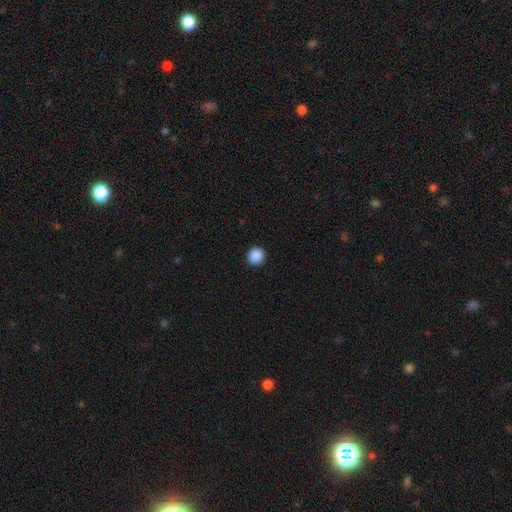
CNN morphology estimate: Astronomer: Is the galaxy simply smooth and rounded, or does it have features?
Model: smooth — 89%.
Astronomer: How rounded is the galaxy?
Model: round — 93%.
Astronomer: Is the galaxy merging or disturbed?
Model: none — 93%.